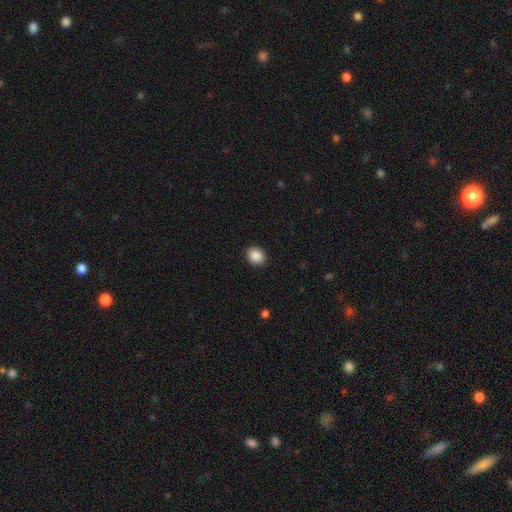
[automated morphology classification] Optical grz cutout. It shows a smooth galaxy with no disk features (88%) that is round (58%). Merging: none (91%).